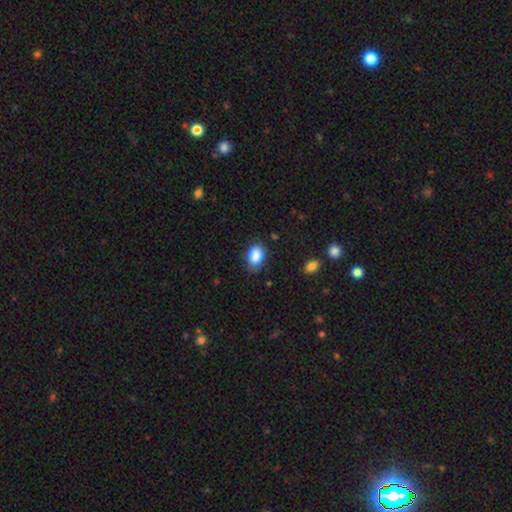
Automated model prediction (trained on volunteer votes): Smooth or featured? Predicted: smooth (p=0.86). How rounded? Predicted: in between (p=0.82). Merging? Predicted: none (p=0.72).